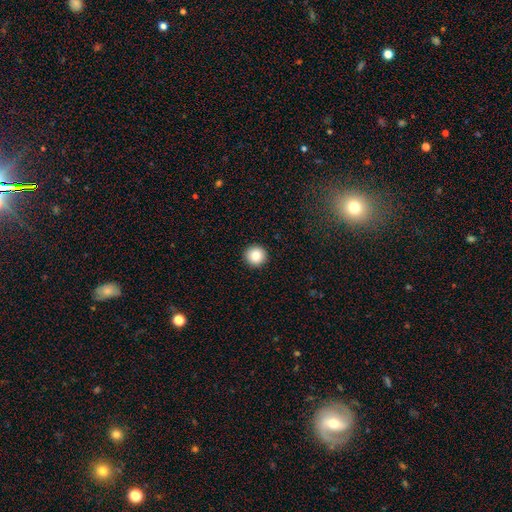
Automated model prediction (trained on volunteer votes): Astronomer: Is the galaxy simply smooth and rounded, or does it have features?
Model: smooth — 86%.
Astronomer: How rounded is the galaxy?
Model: round — 96%.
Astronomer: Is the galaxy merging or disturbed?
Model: none — 94%.